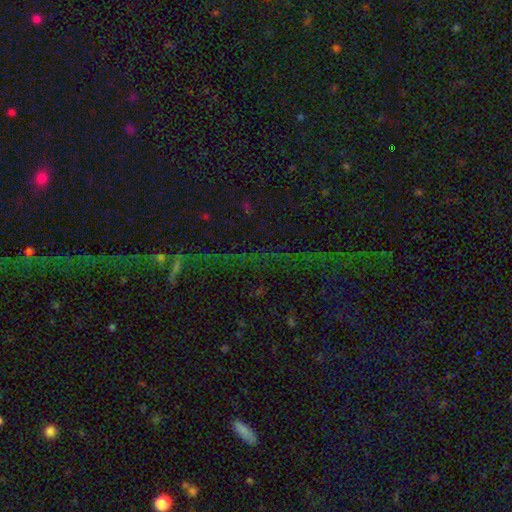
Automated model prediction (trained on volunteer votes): This is likely a star or artifact rather than a galaxy (79%).